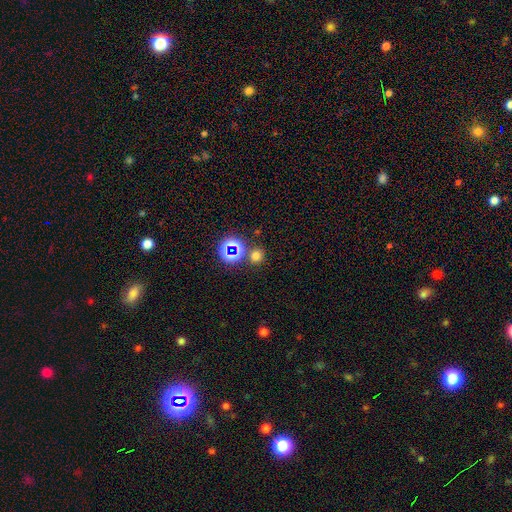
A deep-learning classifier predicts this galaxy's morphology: Overall: smooth (65%; star or artifact 29%). How rounded: round (89%). Merging: none (78%).